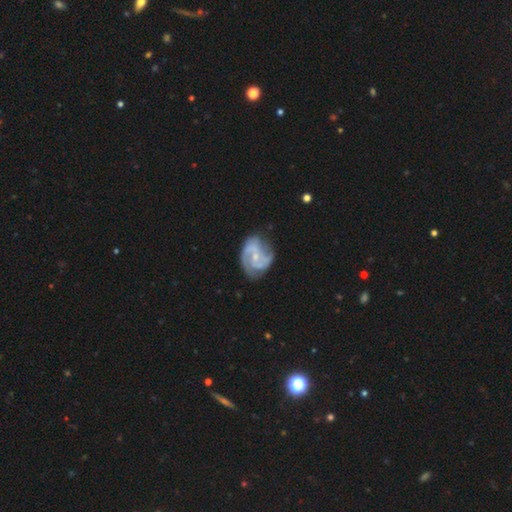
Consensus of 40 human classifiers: Morphology: type=featured or disk (75%); edge-on=no (100%); bar=weak (53%); spiral arms=yes (100%); winding=medium (57%); arm count=2 (87%); bulge=moderate (50%, tied with small); merging=none (75%).